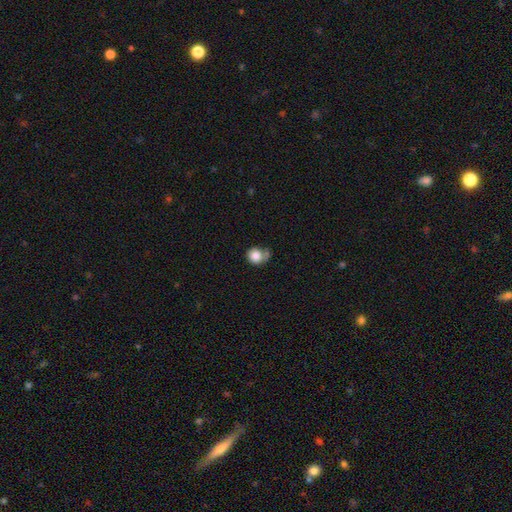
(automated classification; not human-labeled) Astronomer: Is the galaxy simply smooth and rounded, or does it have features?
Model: smooth — 83%.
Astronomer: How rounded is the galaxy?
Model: round — 84%.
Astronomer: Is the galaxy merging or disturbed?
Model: none — 48% (runner-up: minor disturbance, 26%).